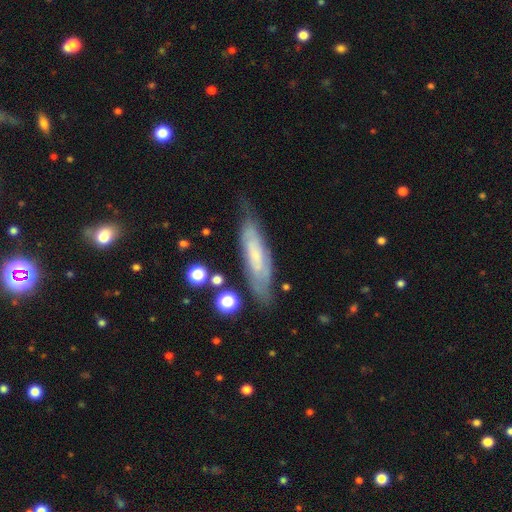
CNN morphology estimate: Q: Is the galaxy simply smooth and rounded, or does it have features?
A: featured or disk — 55%.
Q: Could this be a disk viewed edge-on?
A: no — 59%.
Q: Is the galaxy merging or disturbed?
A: none — 68%.